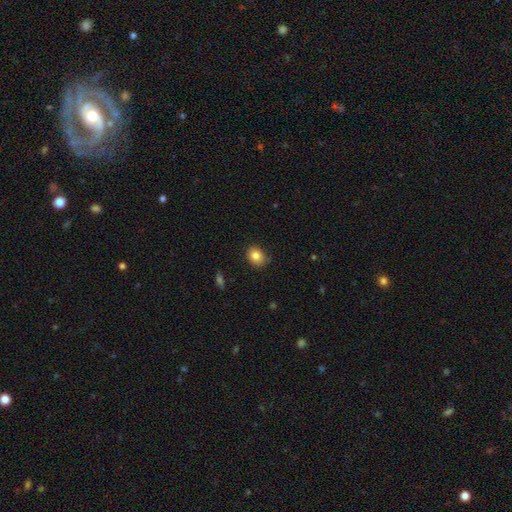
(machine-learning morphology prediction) Smooth or featured?
  - smooth: 83% *
  - star or artifact: 10%
  - featured or disk: 7%
How rounded?
  - round: 51% *
  - in between: 48%
  - cigar-shaped: 1%
Merging?
  - none: 80% *
  - minor disturbance: 16%
  - major disturbance: 3%
  - merger: 1%